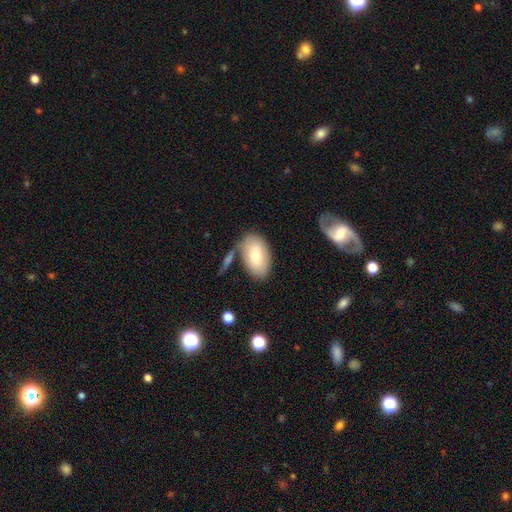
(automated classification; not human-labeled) smooth-or-featured: smooth: 74% | featured or disk: 20% | star or artifact: 6%
  how-rounded: in between: 93% | round: 6% | cigar-shaped: 1%
  merging: none: 68% | minor disturbance: 16% | merger: 12% | major disturbance: 5%